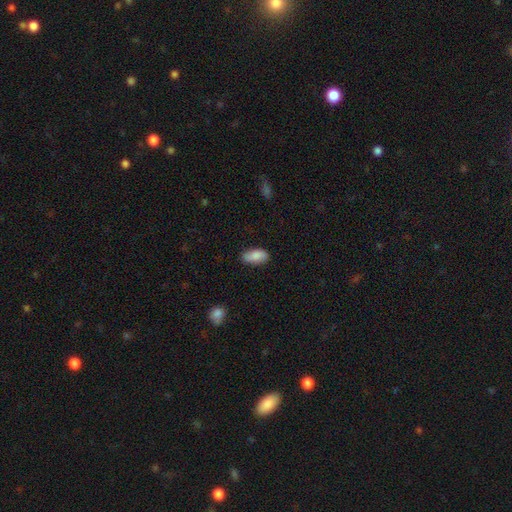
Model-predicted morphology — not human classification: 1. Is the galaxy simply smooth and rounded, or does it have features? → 83% smooth, 11% featured or disk, 7% star or artifact.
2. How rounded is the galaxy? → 91% in between, 6% cigar-shaped, 3% round.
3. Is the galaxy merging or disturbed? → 82% none, 14% minor disturbance, 3% major disturbance, 1% merger.